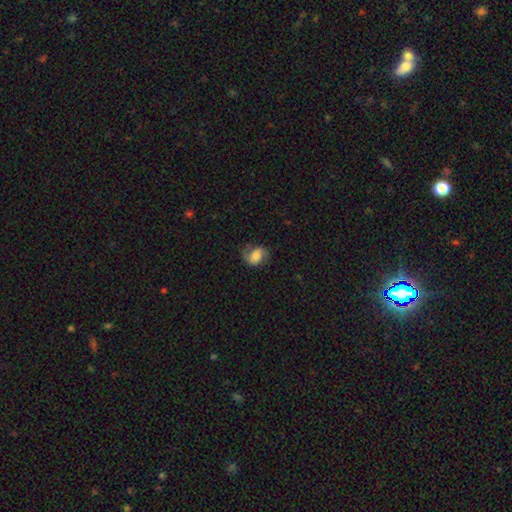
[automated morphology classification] Smooth or featured: smooth — 49% (featured or disk — 42%)
Merging: none — 64% (minor disturbance — 23%)